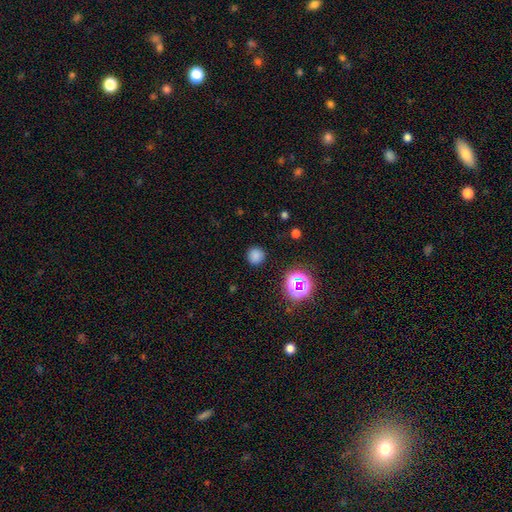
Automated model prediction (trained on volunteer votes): Morphology: type=smooth (76%); roundness=round (91%); merging=none (88%).